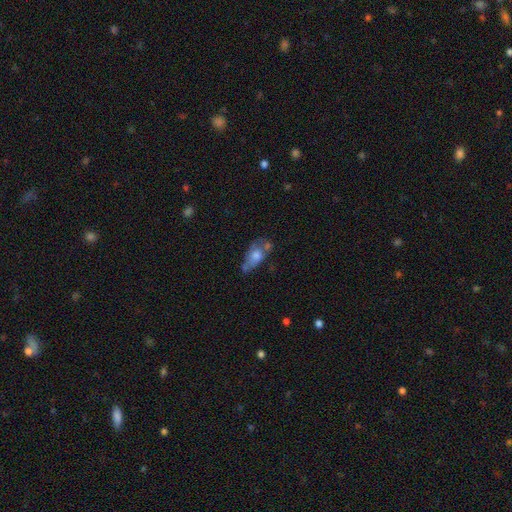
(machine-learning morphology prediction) Smooth or featured? smooth (60%)
How rounded? in between (84%)
Merging? none (33%)